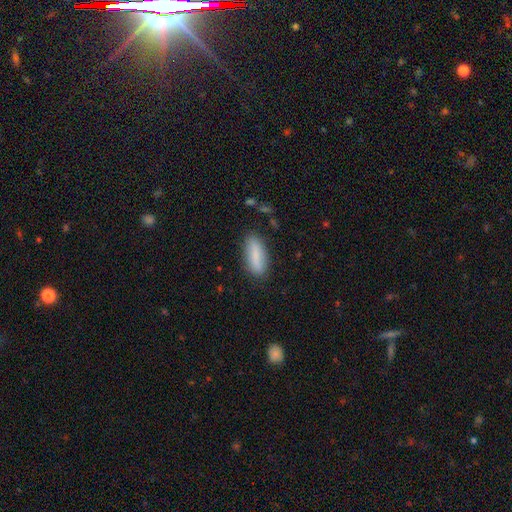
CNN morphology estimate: This appears to be a smooth galaxy with no disk features (82%) that is in between round and cigar-shaped (60%). Merging: none (83%).